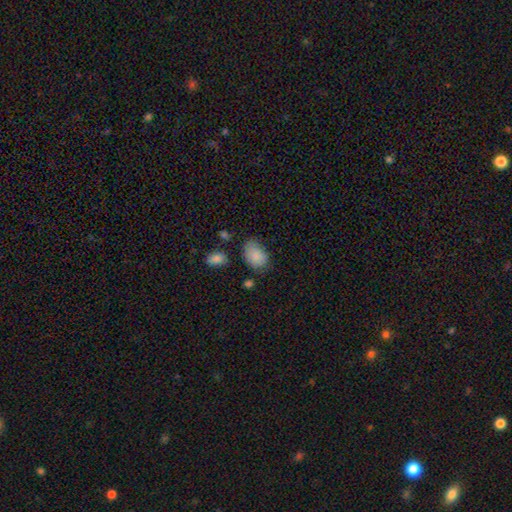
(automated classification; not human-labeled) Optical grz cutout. It shows a smooth galaxy with no disk features (86%) that is in between round and cigar-shaped (84%). Merging: none (58%).